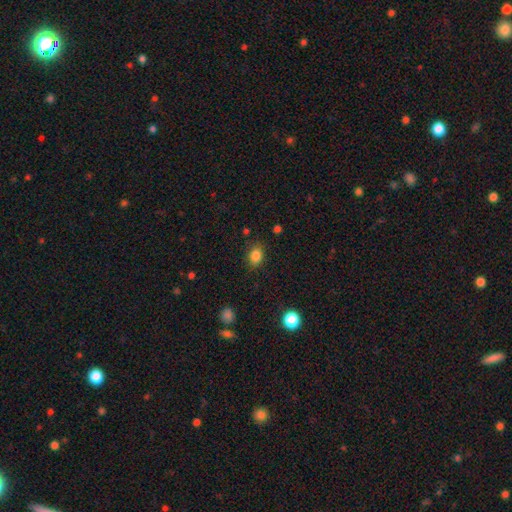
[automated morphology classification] Smooth or featured? Predicted: smooth (p=0.84). How rounded? Predicted: in between (p=0.62). Merging? Predicted: none (p=0.84).